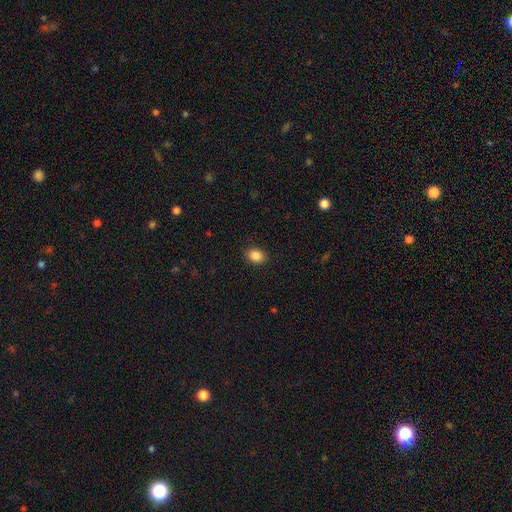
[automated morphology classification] Q: Smooth or featured?
A: smooth (87%); runner-up: star or artifact (9%)
Q: How rounded?
A: in between (65%); runner-up: round (34%)
Q: Merging?
A: none (89%); runner-up: minor disturbance (8%)